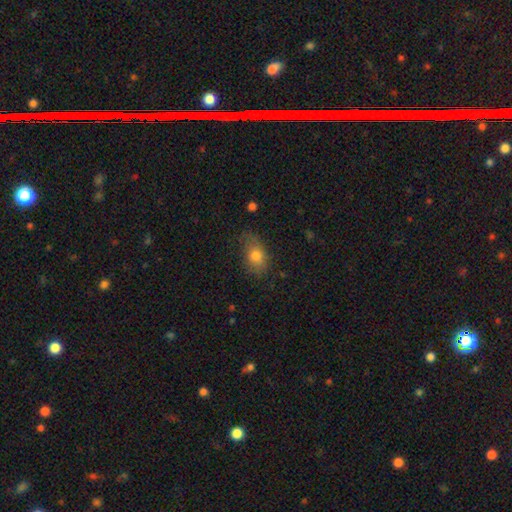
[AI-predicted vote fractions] Overall: smooth (78%). How rounded: in between (78%). Merging: none (59%; minor disturbance 29%).